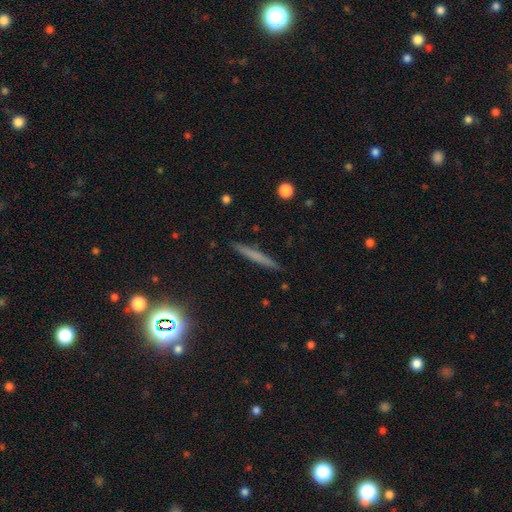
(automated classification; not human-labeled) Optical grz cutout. It shows a smooth galaxy with no disk features (58%) that is cigar-shaped (95%). Merging: none (91%).